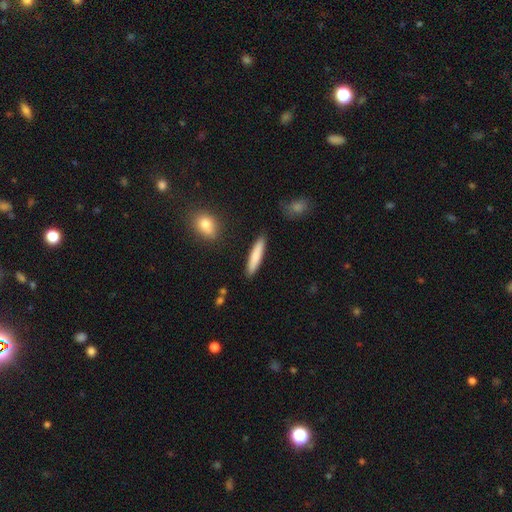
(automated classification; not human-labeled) A smooth galaxy with no disk features (80%) that is cigar-shaped (87%).

Vote fractions:
- Smooth or featured? smooth: 80% / featured or disk: 14% / star or artifact: 6%
- How rounded? cigar-shaped: 87% / in between: 11% / round: 1%
- Merging? none: 89% / minor disturbance: 8% / merger: 2% / major disturbance: 2%